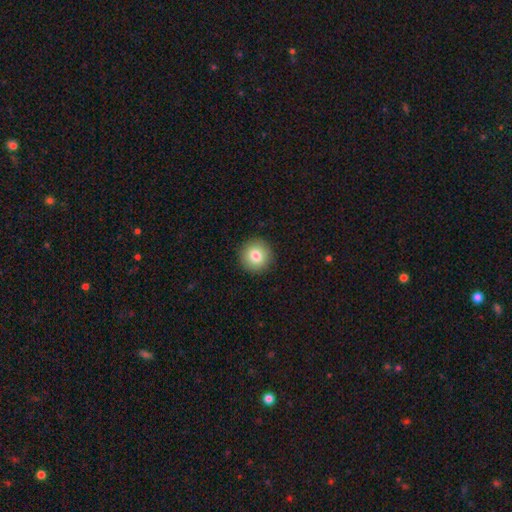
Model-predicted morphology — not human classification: smooth 81%, star or artifact 9%, featured or disk 9%. Down the decision tree: how rounded — round (95%); merging — none (92%).